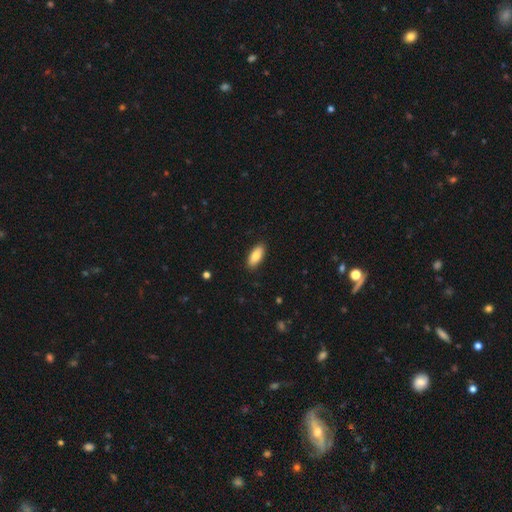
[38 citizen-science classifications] Volunteers were most divided on "smooth or featured": smooth: 79%, featured or disk: 16%, star or artifact: 5%. More confident: merging — none (92%); how rounded — in between (83%).